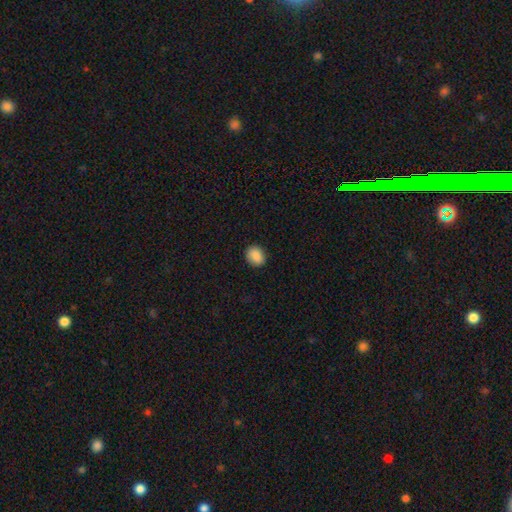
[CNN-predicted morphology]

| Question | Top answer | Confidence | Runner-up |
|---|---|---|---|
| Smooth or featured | smooth | 88% | star or artifact (8%) |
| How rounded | round | 52% | in between (47%) |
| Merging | none | 88% | minor disturbance (9%) |